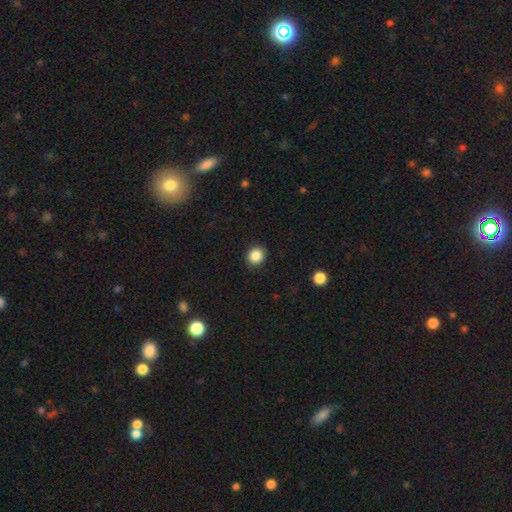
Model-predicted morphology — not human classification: A smooth galaxy with no disk features (87%) that is round (83%). Merging: none (91%).